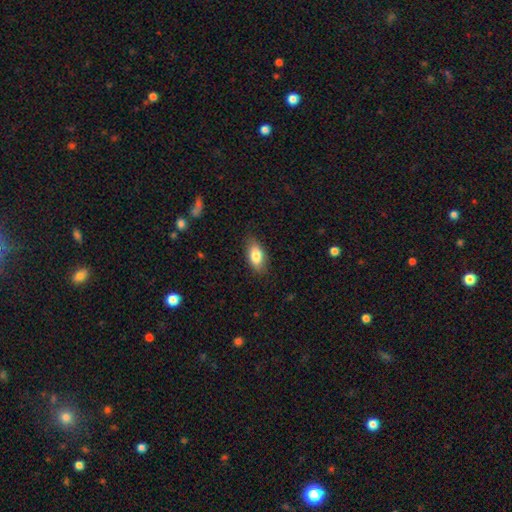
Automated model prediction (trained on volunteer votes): Smooth or featured?
  - smooth: 81% *
  - featured or disk: 12%
  - star or artifact: 7%
How rounded?
  - in between: 88% *
  - cigar-shaped: 7%
  - round: 5%
Merging?
  - none: 82% *
  - minor disturbance: 14%
  - major disturbance: 3%
  - merger: 1%